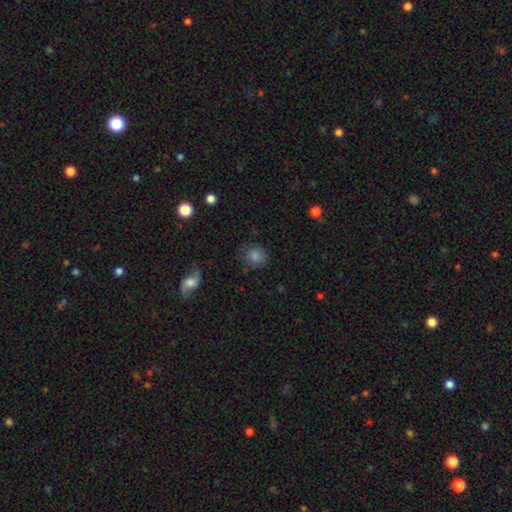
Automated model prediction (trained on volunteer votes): This appears to be a smooth galaxy with no disk features (78%) that is round (81%). Merging: none (79%).